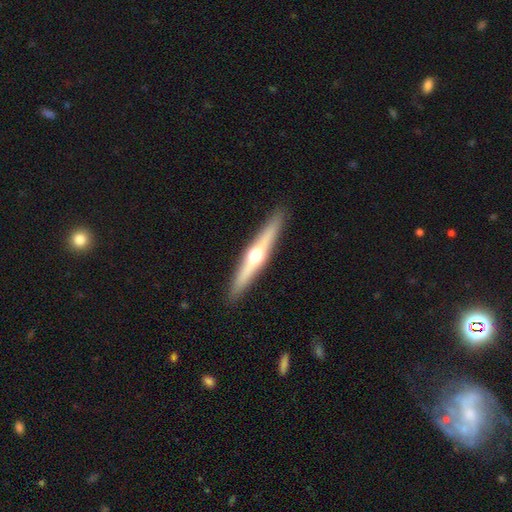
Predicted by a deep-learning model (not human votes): featured or disk 68%, smooth 27%, star or artifact 6%. Down the decision tree: edge-on disk — yes (97%); edge-on bulge — rounded (94%); merging — none (91%).